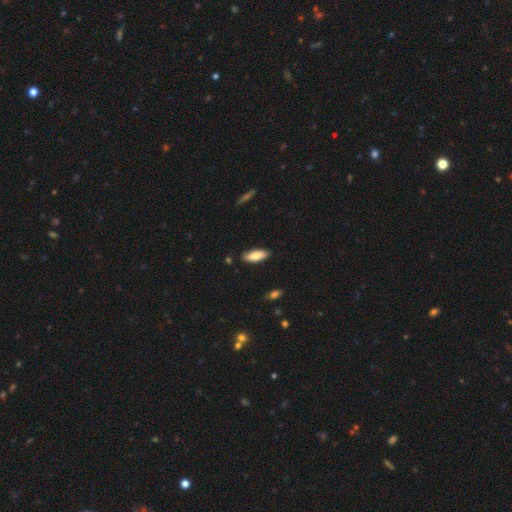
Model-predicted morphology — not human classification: The model was most divided on "how rounded": in between: 74%, cigar-shaped: 24%, round: 2%. More confident: merging — none (86%); smooth or featured — smooth (83%).